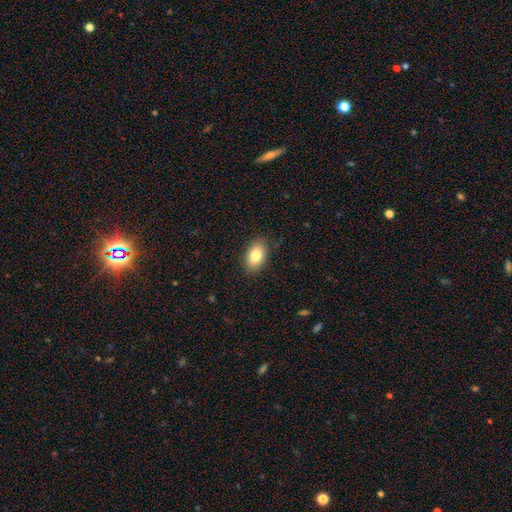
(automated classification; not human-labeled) smooth 83%, featured or disk 10%, star or artifact 7%. Down the decision tree: how rounded — in between (91%); merging — none (86%).